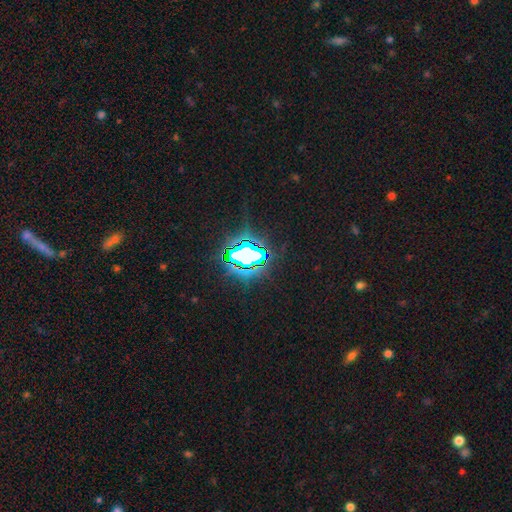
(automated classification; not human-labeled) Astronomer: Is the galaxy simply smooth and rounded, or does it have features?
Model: star or artifact — 78%.